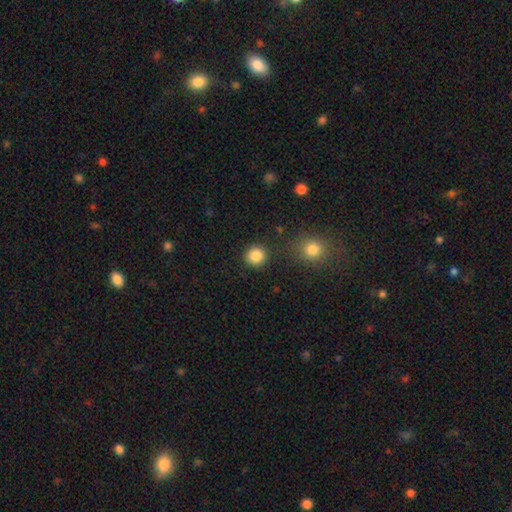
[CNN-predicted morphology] Overall: smooth (86%). How rounded: round (93%). Merging: none (89%).